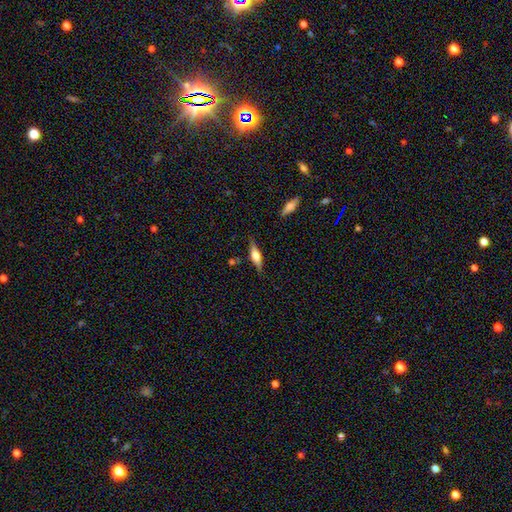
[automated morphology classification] Overall: featured or disk (60%; smooth 33%). Edge-on disk: yes (95%). Edge-on bulge: rounded (85%). Merging: none (82%).